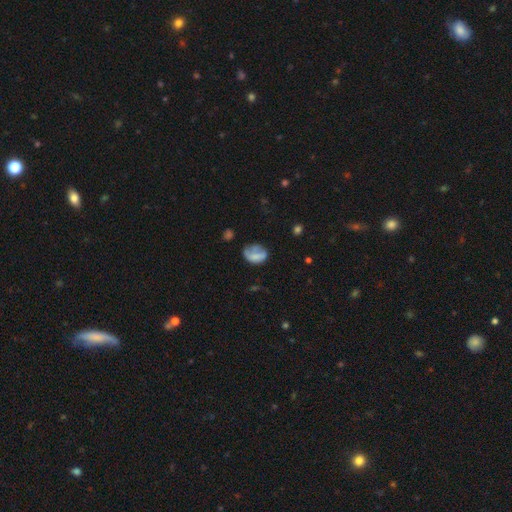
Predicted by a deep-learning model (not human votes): This appears to be a smooth galaxy with no disk features (64%) that is in between round and cigar-shaped (69%). Merging: none (39%).